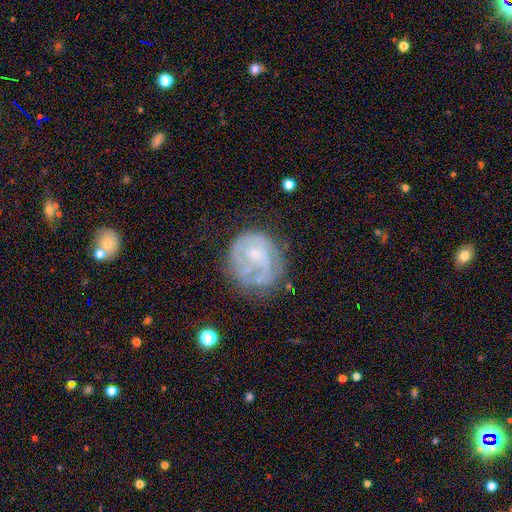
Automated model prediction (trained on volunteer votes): This appears to be a featured or disk galaxy (64%) with no bar (75%), spiral arms (56%) and a small central bulge (61%). Merging: none (52%).